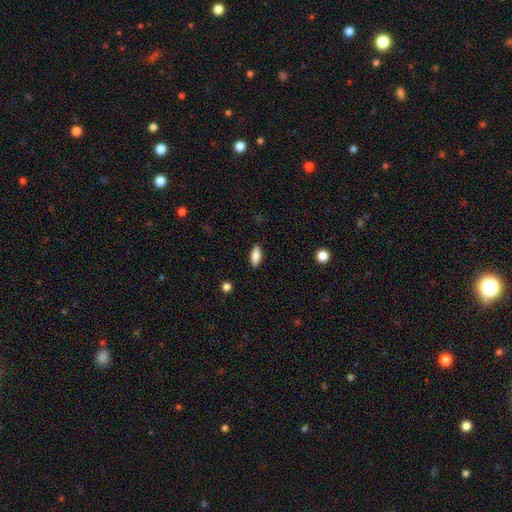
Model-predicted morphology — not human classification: A smooth galaxy with no disk features (84%) that is in between round and cigar-shaped (77%).

Vote fractions:
- Smooth or featured? smooth: 84% / featured or disk: 9% / star or artifact: 7%
- How rounded? in between: 77% / cigar-shaped: 20% / round: 2%
- Merging? none: 87% / minor disturbance: 9% / major disturbance: 2% / merger: 1%